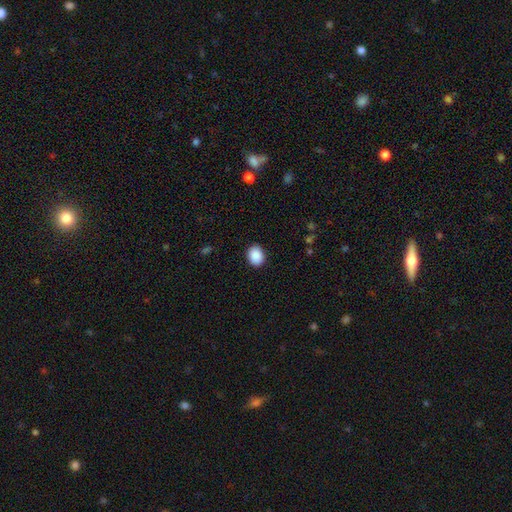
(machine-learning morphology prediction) A smooth galaxy with no disk features (90%) that is in between round and cigar-shaped (57%). Merging: none (90%).